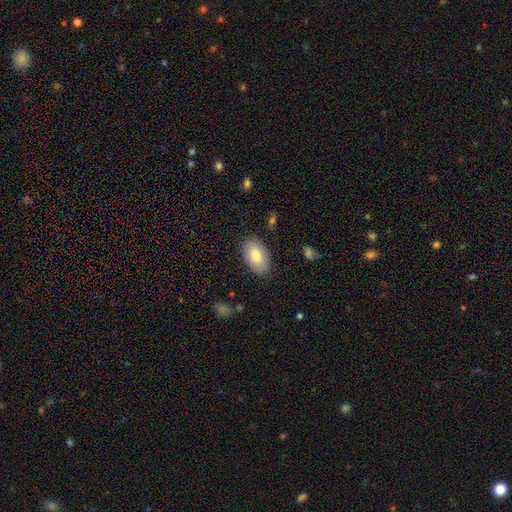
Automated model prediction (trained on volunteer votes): Overall: smooth (77%). How rounded: in between (93%). Merging: none (86%).